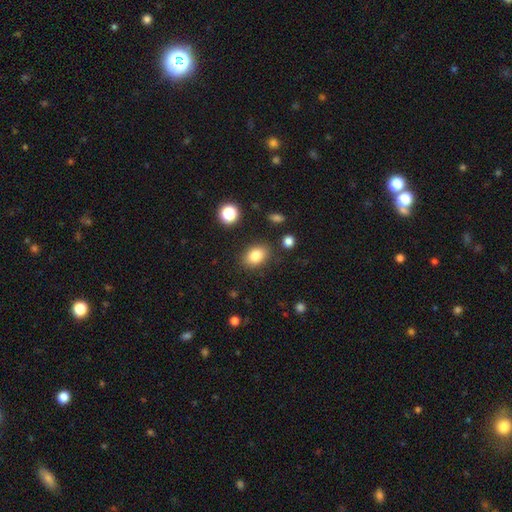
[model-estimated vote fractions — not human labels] Overall: smooth (83%). How rounded: in between (77%). Merging: none (84%).